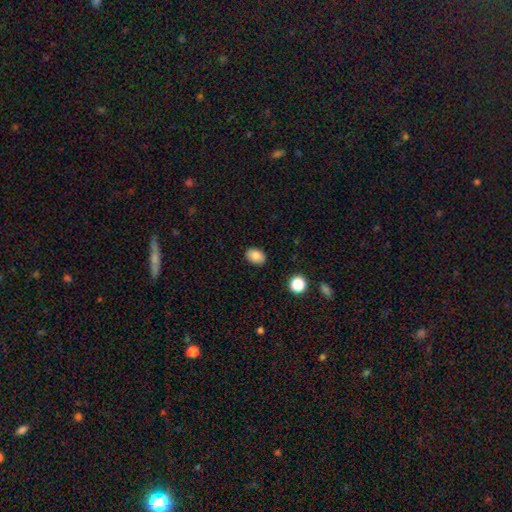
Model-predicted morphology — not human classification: Smooth or featured: smooth — 86% (star or artifact — 9%)
How rounded: in between — 75% (round — 24%)
Merging: none — 87% (minor disturbance — 10%)